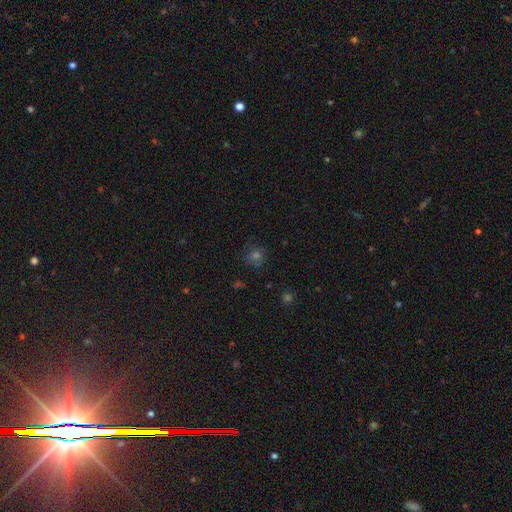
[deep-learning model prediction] Morphology: type=smooth (57%); roundness=round (88%); merging=none (82%).